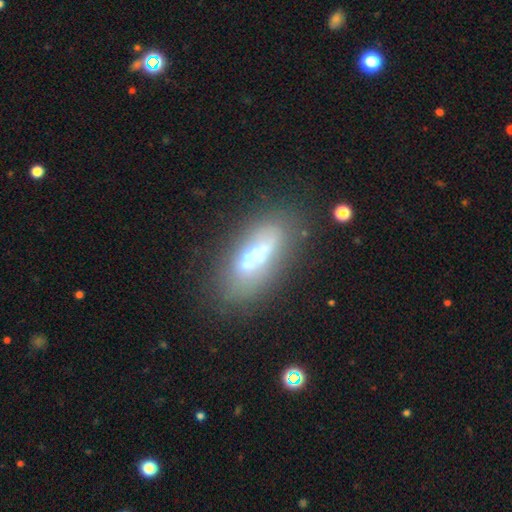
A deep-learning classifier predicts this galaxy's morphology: The model was most divided on "smooth or featured": smooth: 47%, featured or disk: 43%, star or artifact: 11%. More confident: merging — none (50%).